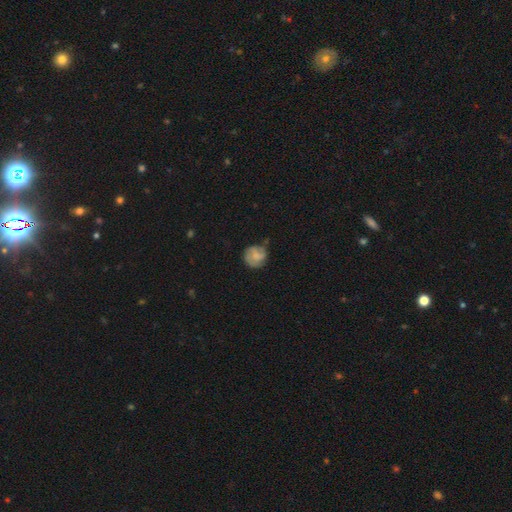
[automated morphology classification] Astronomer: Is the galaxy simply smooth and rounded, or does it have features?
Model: smooth — 54% (runner-up: featured or disk, 38%).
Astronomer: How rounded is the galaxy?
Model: round — 81%.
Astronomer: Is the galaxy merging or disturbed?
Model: none — 57%.